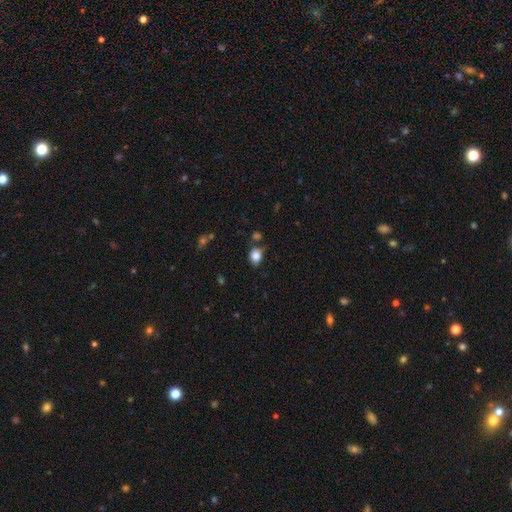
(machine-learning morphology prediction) This appears to be a smooth galaxy with no disk features (83%) that is in between round and cigar-shaped (59%). Merging: none (65%).